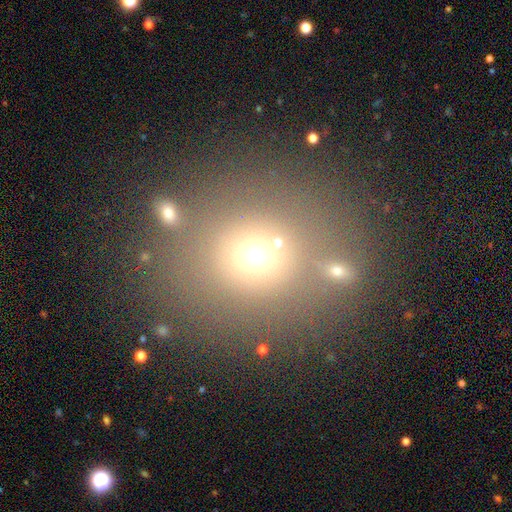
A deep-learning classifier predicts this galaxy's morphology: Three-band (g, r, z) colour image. It shows a smooth galaxy with no disk features (60%) that is round (84%). Merging: none (70%).